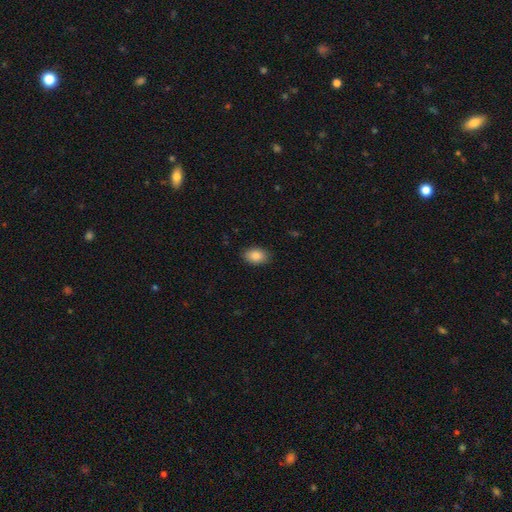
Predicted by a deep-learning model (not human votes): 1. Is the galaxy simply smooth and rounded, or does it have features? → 87% smooth, 8% star or artifact, 5% featured or disk.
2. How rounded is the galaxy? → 84% in between, 14% round, 1% cigar-shaped.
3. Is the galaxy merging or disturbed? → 87% none, 10% minor disturbance, 2% major disturbance, 1% merger.